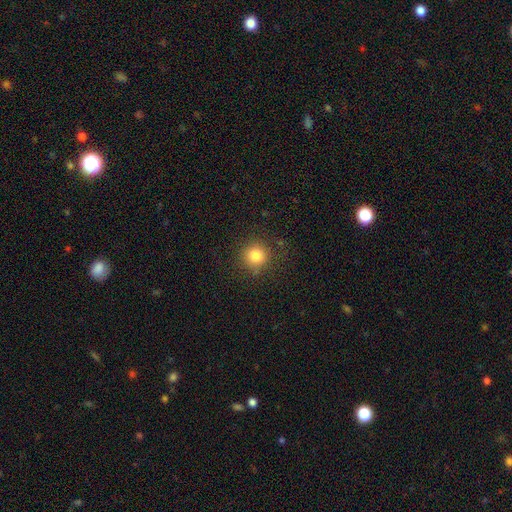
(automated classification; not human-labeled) smooth_or_featured: smooth (p=0.81) [alt: star or artifact p=0.12]
how_rounded: round (p=0.93) [alt: in between p=0.06]
merging: none (p=0.86) [alt: minor disturbance p=0.09]